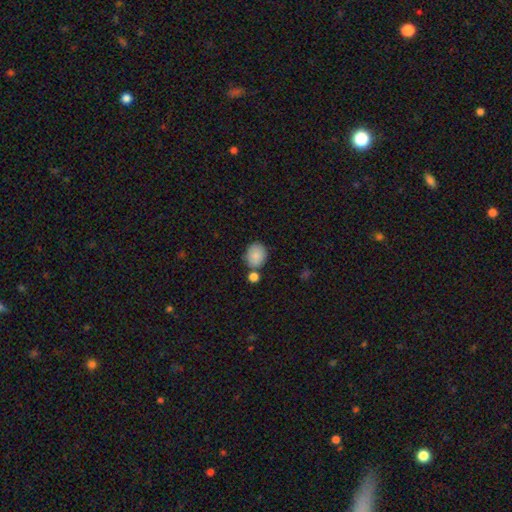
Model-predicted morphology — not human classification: A smooth galaxy with no disk features (86%) that is in between round and cigar-shaped (53%). Merging: none (64%).